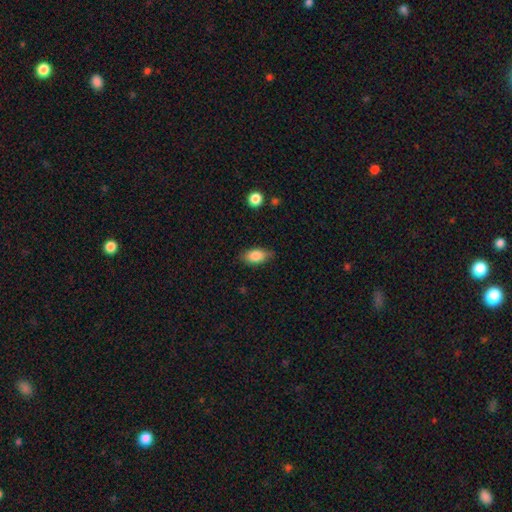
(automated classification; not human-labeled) Q: Smooth or featured?
A: smooth (83%); runner-up: featured or disk (10%)
Q: How rounded?
A: in between (88%); runner-up: round (6%)
Q: Merging?
A: none (80%); runner-up: minor disturbance (16%)